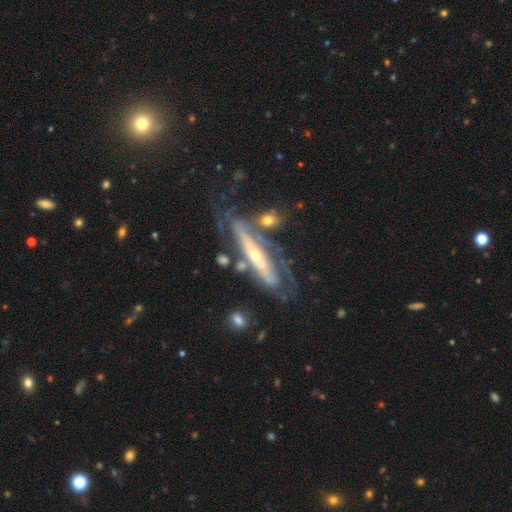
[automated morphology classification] The model was most divided on "edge-on disk": no: 62%, yes: 38%. More confident: smooth or featured — featured or disk (81%); merging — none (56%).